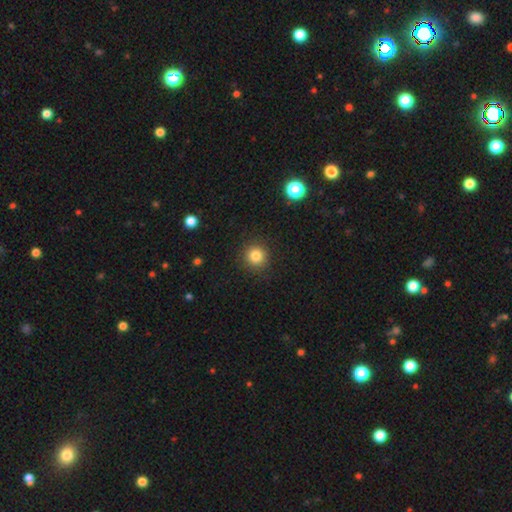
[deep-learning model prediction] smooth_or_featured: smooth (p=0.84) [alt: star or artifact p=0.11]
how_rounded: round (p=0.93) [alt: in between p=0.06]
merging: none (p=0.90) [alt: minor disturbance p=0.07]